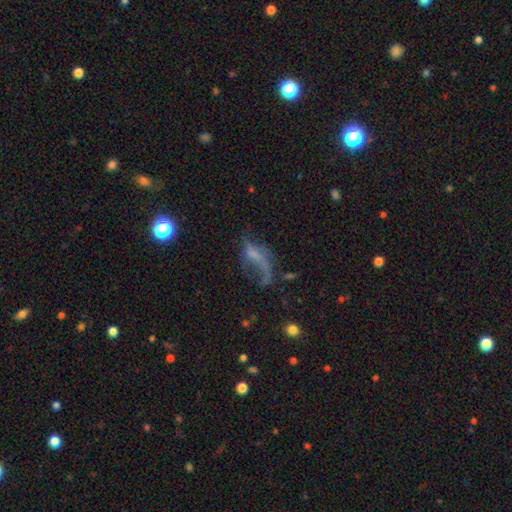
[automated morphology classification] This is possibly a featured or disk galaxy (56%). It is clearly not viewed edge-on (89%). Merging: possibly major disturbance (48%).